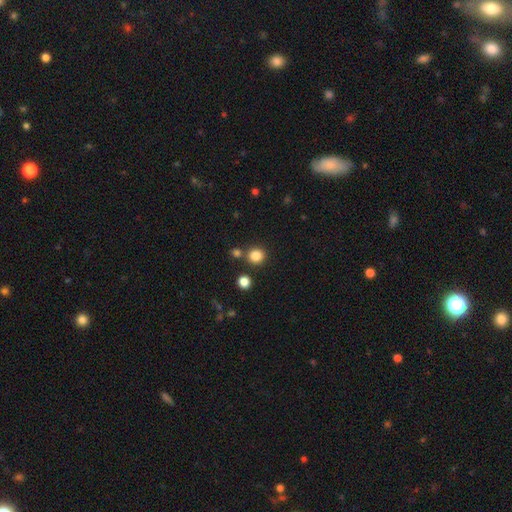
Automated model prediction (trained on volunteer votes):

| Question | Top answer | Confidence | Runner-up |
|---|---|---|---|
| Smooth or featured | smooth | 84% | star or artifact (12%) |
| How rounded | round | 91% | in between (8%) |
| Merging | none | 80% | merger (10%) |